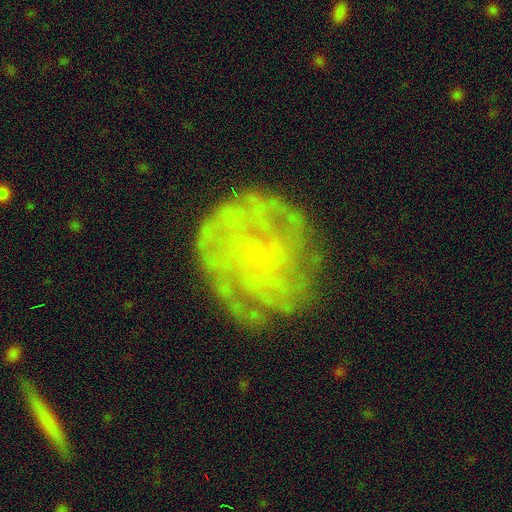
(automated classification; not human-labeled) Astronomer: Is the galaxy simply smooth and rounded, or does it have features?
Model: featured or disk — 71%.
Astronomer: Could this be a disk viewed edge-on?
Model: no — 97%.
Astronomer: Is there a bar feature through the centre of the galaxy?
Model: no — 81%.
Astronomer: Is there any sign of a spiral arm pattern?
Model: yes — 76%.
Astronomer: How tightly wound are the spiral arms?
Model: tight — 65%.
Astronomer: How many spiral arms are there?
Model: can't tell — 48%.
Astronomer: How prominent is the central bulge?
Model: small — 76%.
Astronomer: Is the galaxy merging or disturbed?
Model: none — 70%.